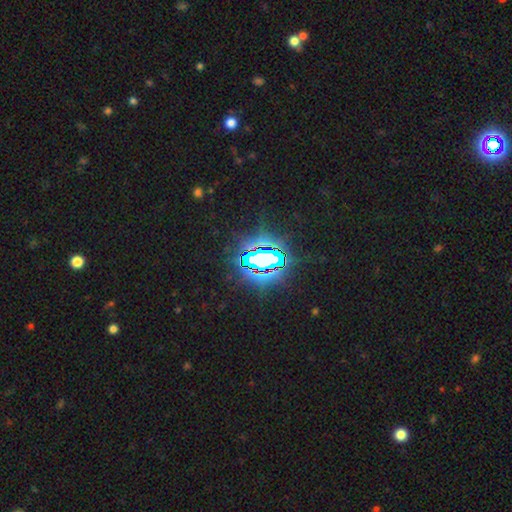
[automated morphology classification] A star or artifact, not a galaxy (82%).

Vote fractions:
- Smooth or featured? star or artifact: 82% / smooth: 11% / featured or disk: 7%